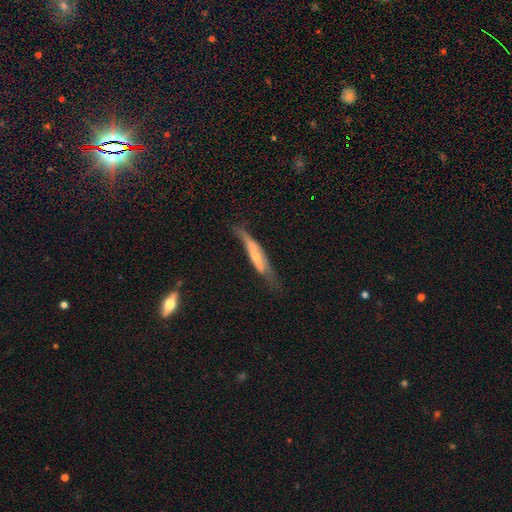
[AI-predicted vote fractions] smooth-or-featured: featured or disk: 55% | smooth: 39% | star or artifact: 7%
  disk-edge-on: yes: 69% | no: 31%
  merging: none: 49% | minor disturbance: 30% | major disturbance: 18% | merger: 3%